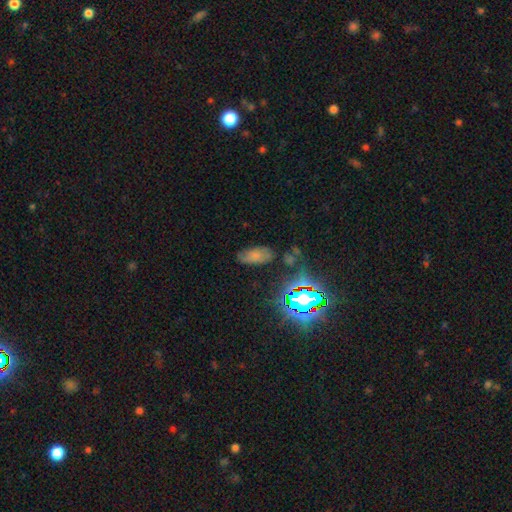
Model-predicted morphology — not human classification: A smooth galaxy with no disk features (61%) that is in between round and cigar-shaped (88%).

Vote fractions:
- Smooth or featured? smooth: 61% / star or artifact: 22% / featured or disk: 17%
- How rounded? in between: 88% / cigar-shaped: 7% / round: 4%
- Merging? none: 73% / minor disturbance: 18% / major disturbance: 6% / merger: 3%